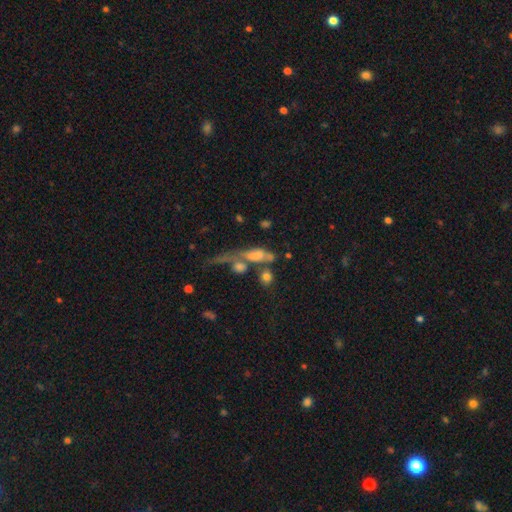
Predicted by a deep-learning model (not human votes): smooth_or_featured: smooth (p=0.40) [tied with: featured or disk p=0.40]
merging: merger (p=0.37) [alt: major disturbance p=0.26]